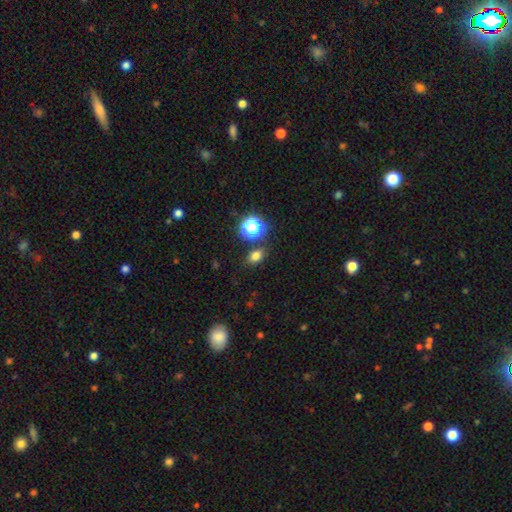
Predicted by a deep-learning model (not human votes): Morphology: type=smooth (75%); roundness=in between (62%); merging=none (79%).